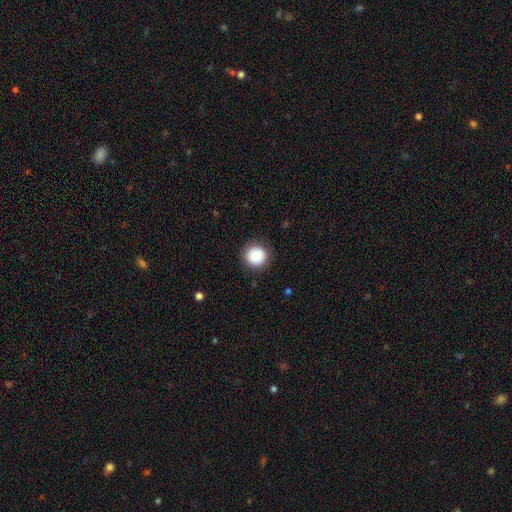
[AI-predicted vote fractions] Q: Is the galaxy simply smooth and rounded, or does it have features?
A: smooth — 85%.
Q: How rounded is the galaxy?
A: round — 94%.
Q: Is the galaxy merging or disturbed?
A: none — 89%.